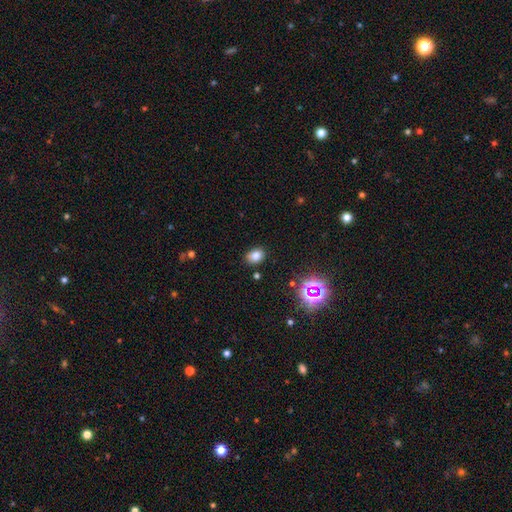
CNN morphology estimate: Smooth or featured? smooth (76%)
How rounded? in between (63%)
Merging? none (85%)